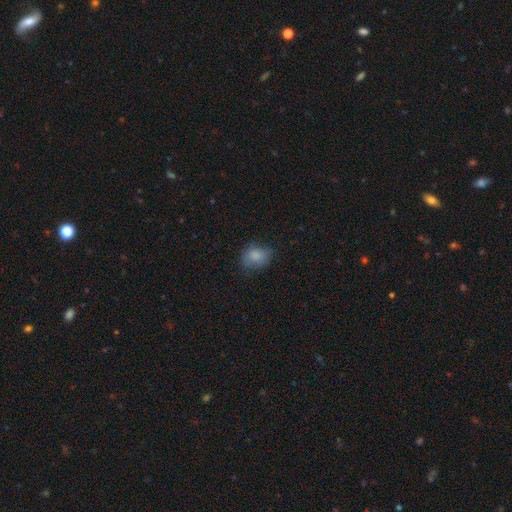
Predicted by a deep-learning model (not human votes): smooth_or_featured: smooth (p=0.83) [alt: star or artifact p=0.09]
how_rounded: in between (p=0.60) [alt: round p=0.39]
merging: none (p=0.64) [alt: minor disturbance p=0.26]